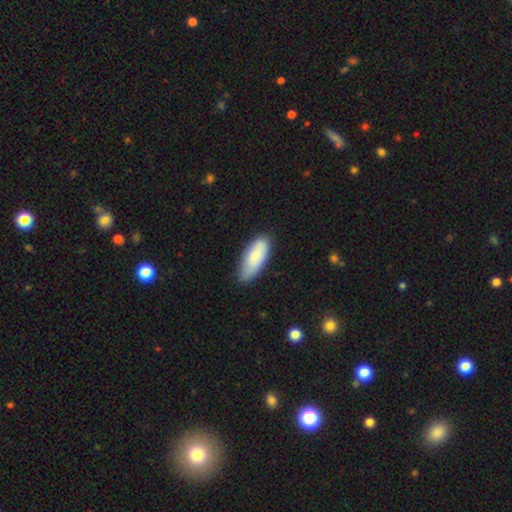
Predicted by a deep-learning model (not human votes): Smooth or featured: smooth — 80% (featured or disk — 14%)
How rounded: in between — 81% (cigar-shaped — 17%)
Merging: none — 75% (minor disturbance — 20%)